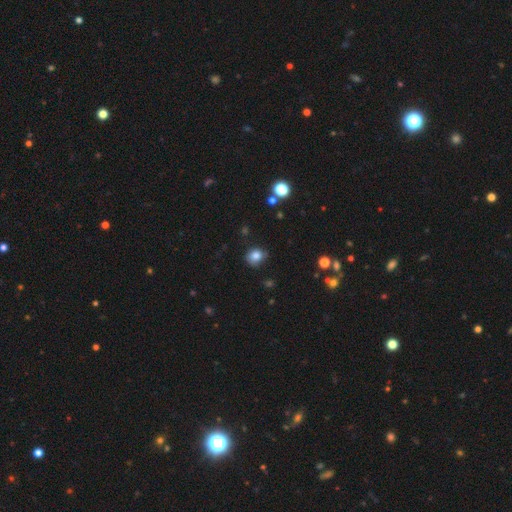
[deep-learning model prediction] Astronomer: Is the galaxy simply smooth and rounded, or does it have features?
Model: smooth — 82%.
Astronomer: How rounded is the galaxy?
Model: round — 69%.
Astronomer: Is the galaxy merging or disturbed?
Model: none — 73%.